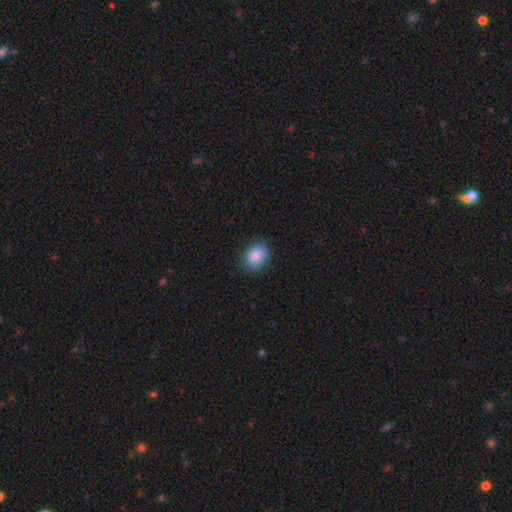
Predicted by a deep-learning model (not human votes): This appears to be a smooth galaxy with no disk features (87%) that is in between round and cigar-shaped (50%). Merging: none (80%).